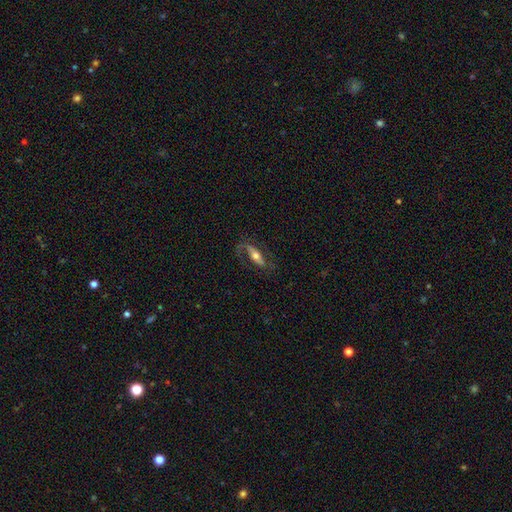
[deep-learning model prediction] smooth-or-featured: featured or disk: 61% | smooth: 33% | star or artifact: 6%
  disk-edge-on: no: 71% | yes: 29%
  merging: none: 65% | minor disturbance: 17% | major disturbance: 16% | merger: 2%